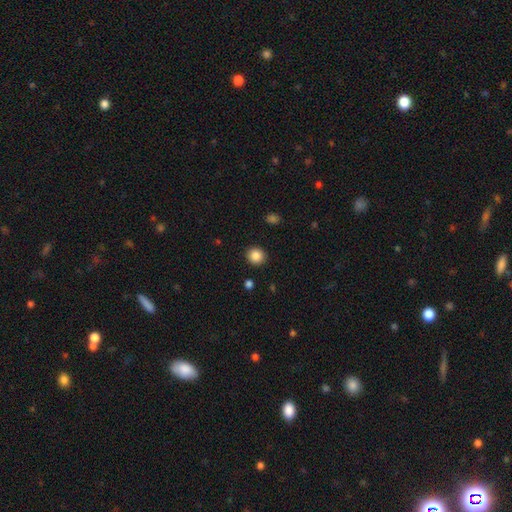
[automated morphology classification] smooth 87%, star or artifact 10%, featured or disk 4%. Down the decision tree: how rounded — round (86%); merging — none (91%).